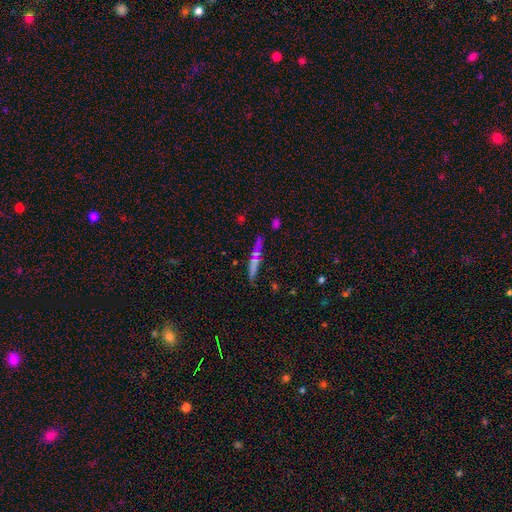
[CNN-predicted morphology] The model was most divided on "smooth or featured": featured or disk: 46%, smooth: 34%, star or artifact: 19%. More confident: merging — none (80%).